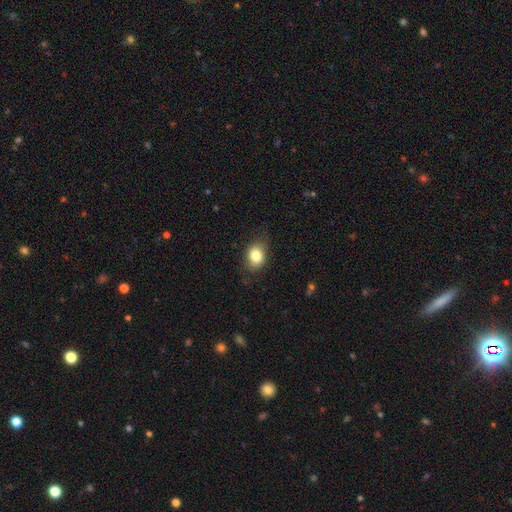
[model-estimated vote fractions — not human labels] smooth_or_featured: smooth (p=0.82) [alt: star or artifact p=0.09]
how_rounded: in between (p=0.61) [alt: round p=0.38]
merging: none (p=0.74) [alt: minor disturbance p=0.20]